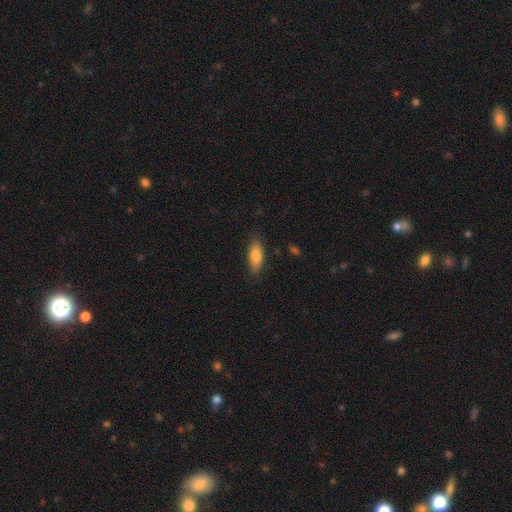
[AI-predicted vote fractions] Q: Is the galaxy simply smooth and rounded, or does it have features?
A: smooth — 84%.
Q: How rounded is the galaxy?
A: in between — 75%.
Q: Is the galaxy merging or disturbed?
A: none — 85%.